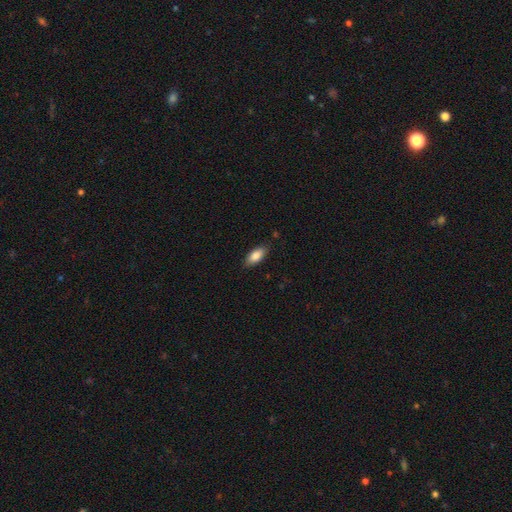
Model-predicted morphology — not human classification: Smooth or featured: smooth — 84% (featured or disk — 10%)
How rounded: in between — 86% (cigar-shaped — 11%)
Merging: none — 84% (minor disturbance — 13%)